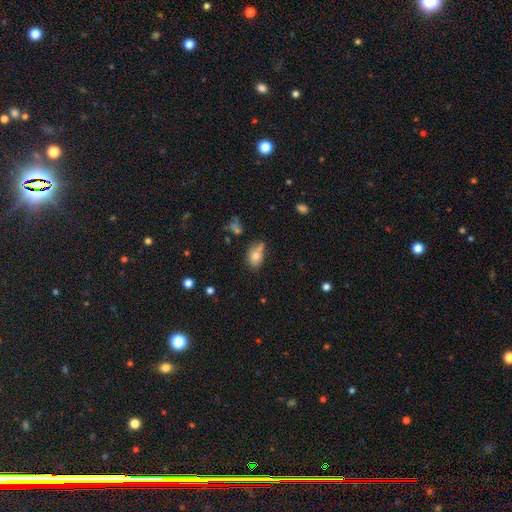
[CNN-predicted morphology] A smooth galaxy with no disk features (75%) that is in between round and cigar-shaped (69%). Merging: none (47%).